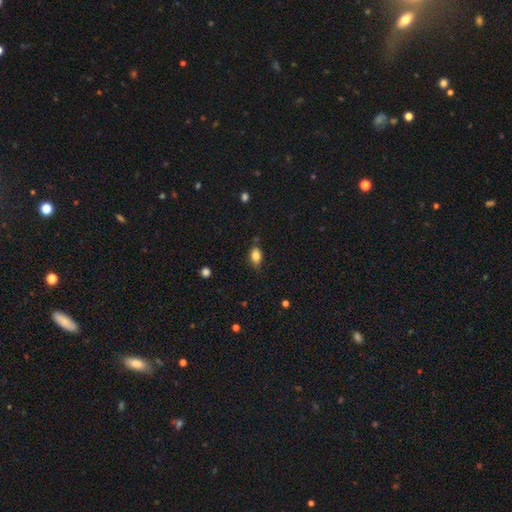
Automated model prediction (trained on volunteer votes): Q: Smooth or featured?
A: smooth (85%); runner-up: star or artifact (9%)
Q: How rounded?
A: in between (85%); runner-up: round (12%)
Q: Merging?
A: none (72%); runner-up: minor disturbance (21%)